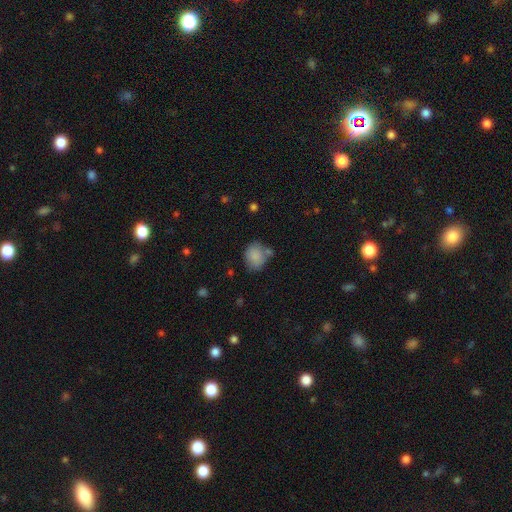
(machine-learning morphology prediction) Overall: smooth (84%). How rounded: round (57%; in between 42%). Merging: none (58%; minor disturbance 21%).